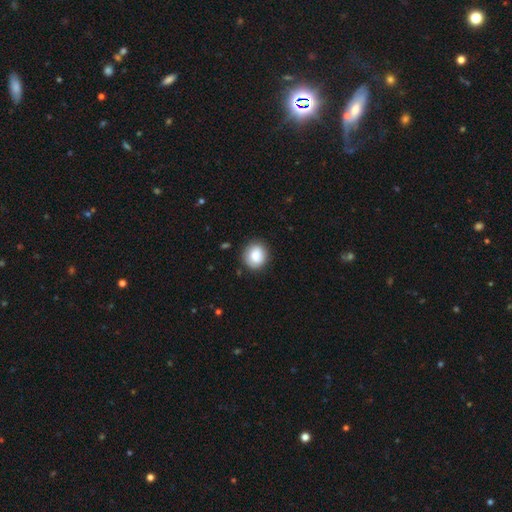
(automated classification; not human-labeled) Smooth or featured?
  - smooth: 83% *
  - featured or disk: 9%
  - star or artifact: 8%
How rounded?
  - round: 80% *
  - in between: 20%
  - cigar-shaped: 1%
Merging?
  - none: 84% *
  - minor disturbance: 12%
  - major disturbance: 3%
  - merger: 1%